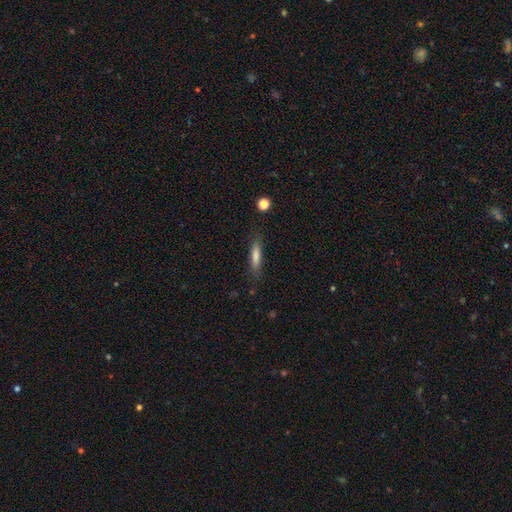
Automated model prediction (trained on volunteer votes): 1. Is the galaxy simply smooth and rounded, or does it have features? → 72% smooth, 19% featured or disk, 8% star or artifact.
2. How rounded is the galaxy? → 82% cigar-shaped, 16% in between, 2% round.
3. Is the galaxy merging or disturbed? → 82% none, 13% minor disturbance, 4% major disturbance, 2% merger.